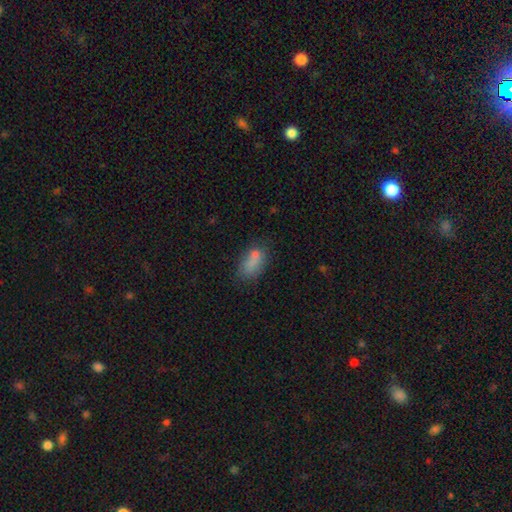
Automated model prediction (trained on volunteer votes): This appears to be a smooth galaxy with no disk features (74%) that is in between round and cigar-shaped (83%). Merging: none (56%).